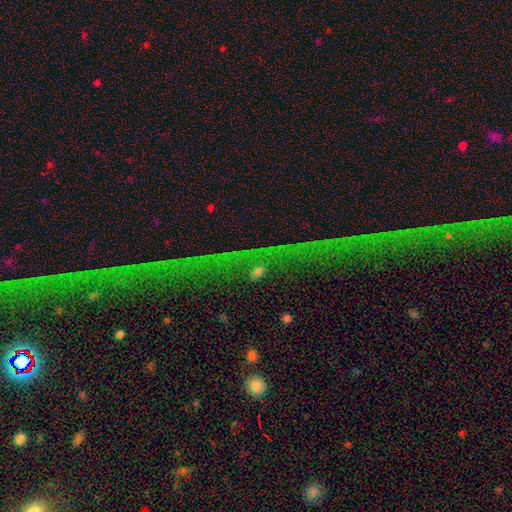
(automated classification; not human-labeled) Smooth or featured? Predicted: star or artifact (p=0.80).